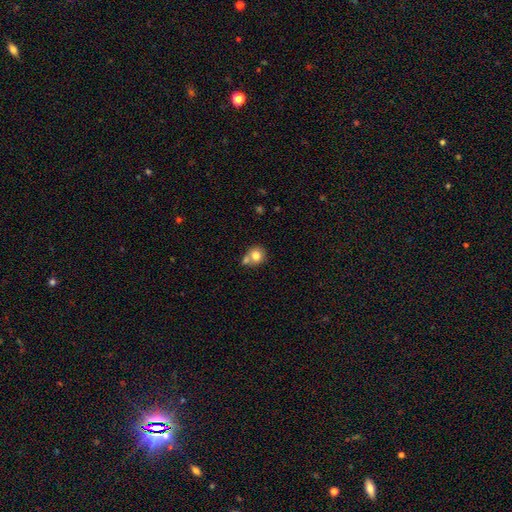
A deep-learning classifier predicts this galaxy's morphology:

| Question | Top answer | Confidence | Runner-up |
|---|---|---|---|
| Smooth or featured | smooth | 76% | featured or disk (14%) |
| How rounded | round | 81% | in between (18%) |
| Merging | none | 46% | merger (41%) |